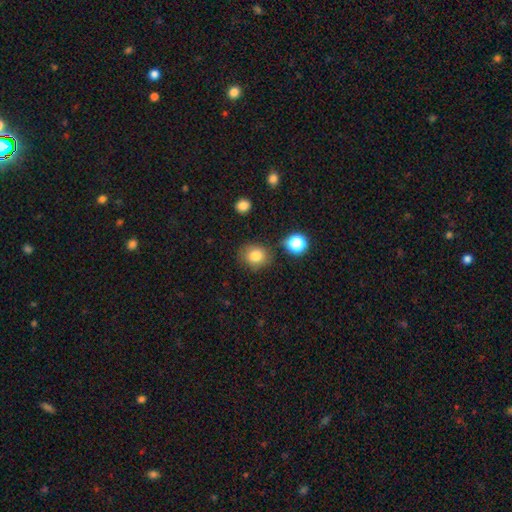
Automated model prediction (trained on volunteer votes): A smooth galaxy with no disk features (80%) that is round (74%).

Vote fractions:
- Smooth or featured? smooth: 80% / star or artifact: 12% / featured or disk: 8%
- How rounded? round: 74% / in between: 26% / cigar-shaped: 1%
- Merging? none: 81% / minor disturbance: 12% / merger: 4% / major disturbance: 3%